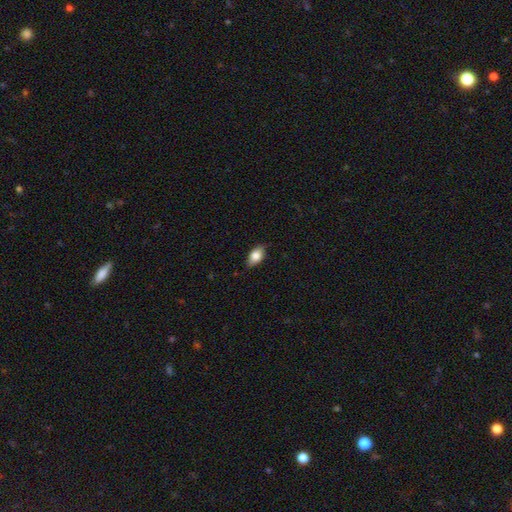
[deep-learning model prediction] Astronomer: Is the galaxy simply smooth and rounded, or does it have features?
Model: smooth — 78%.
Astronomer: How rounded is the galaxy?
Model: in between — 88%.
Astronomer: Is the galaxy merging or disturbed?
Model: none — 81%.